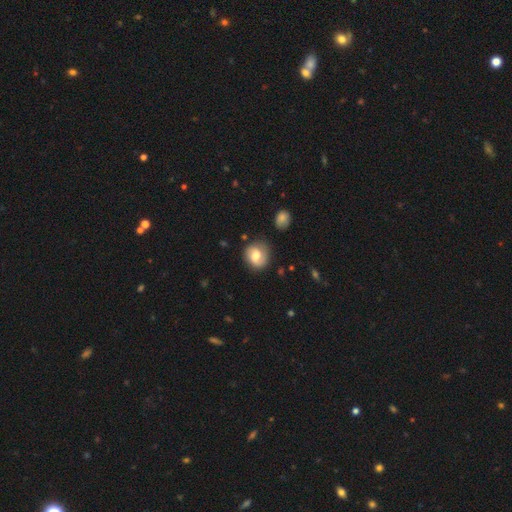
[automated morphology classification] type=smooth (54%); roundness=round (78%); merging=none (75%).